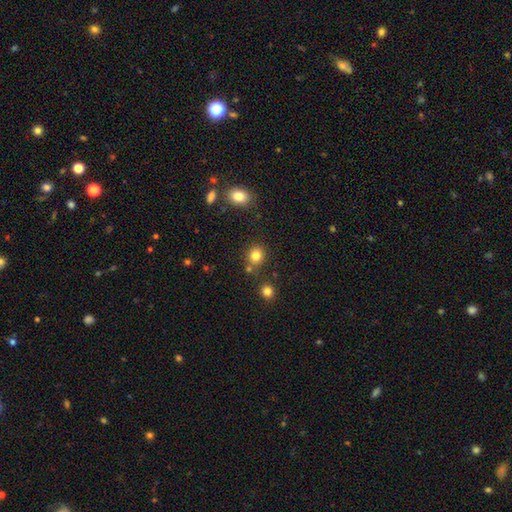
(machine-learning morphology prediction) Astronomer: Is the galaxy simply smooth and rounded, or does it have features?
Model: smooth — 81%.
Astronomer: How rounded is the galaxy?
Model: round — 79%.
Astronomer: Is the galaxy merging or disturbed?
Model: none — 79%.